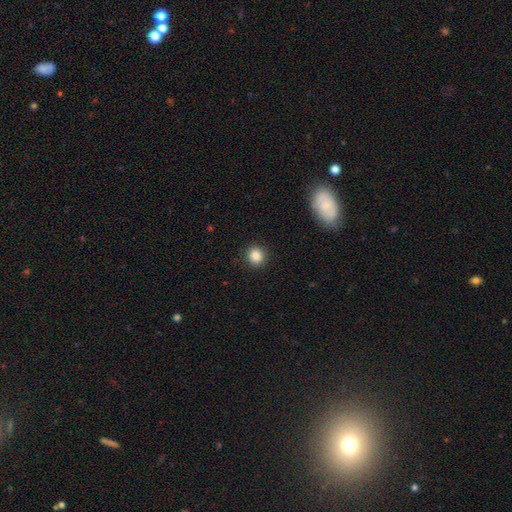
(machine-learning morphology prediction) Smooth or featured? smooth (86%)
How rounded? round (85%)
Merging? none (91%)